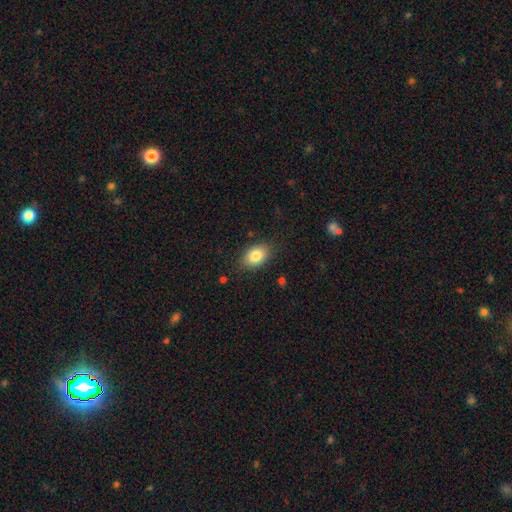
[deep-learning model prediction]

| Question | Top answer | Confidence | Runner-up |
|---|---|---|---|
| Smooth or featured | smooth | 83% | featured or disk (9%) |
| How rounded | in between | 86% | round (13%) |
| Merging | none | 84% | minor disturbance (12%) |